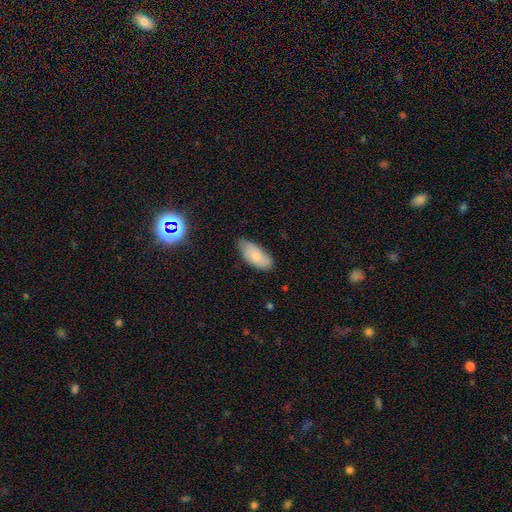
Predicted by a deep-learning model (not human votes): A smooth galaxy with no disk features (76%) that is in between round and cigar-shaped (91%).

Vote fractions:
- Smooth or featured? smooth: 76% / featured or disk: 17% / star or artifact: 7%
- How rounded? in between: 91% / cigar-shaped: 7% / round: 2%
- Merging? none: 58% / minor disturbance: 35% / major disturbance: 5% / merger: 2%